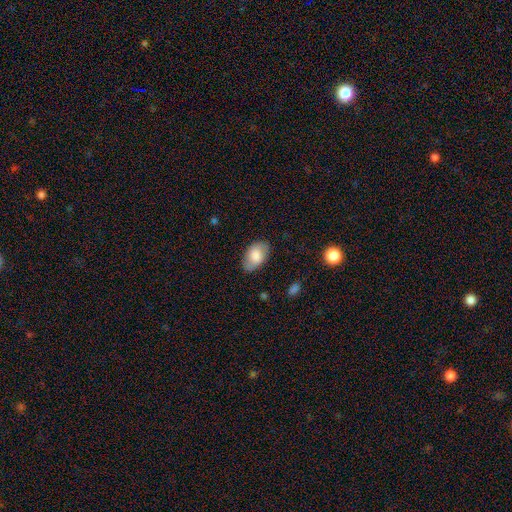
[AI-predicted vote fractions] A smooth galaxy with no disk features (78%) that is in between round and cigar-shaped (93%).

Vote fractions:
- Smooth or featured? smooth: 78% / featured or disk: 15% / star or artifact: 7%
- How rounded? in between: 93% / round: 6% / cigar-shaped: 1%
- Merging? none: 80% / minor disturbance: 15% / major disturbance: 4% / merger: 1%